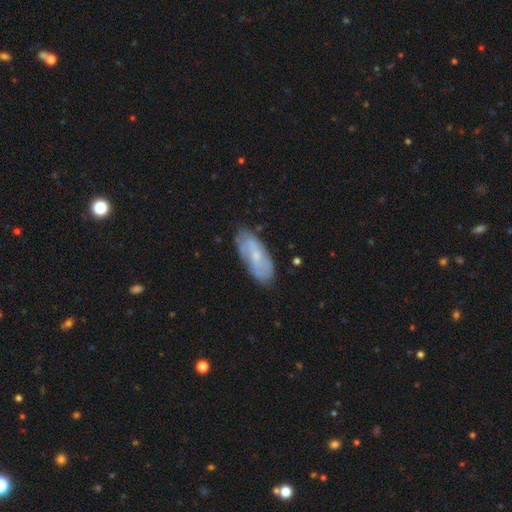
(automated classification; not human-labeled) This is possibly a featured or disk galaxy (49%). Merging: likely none (76%).